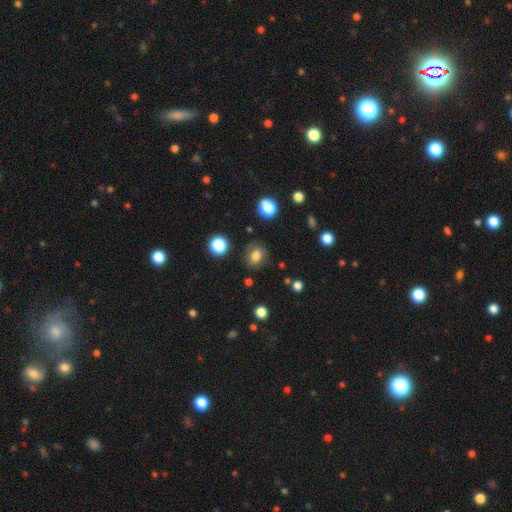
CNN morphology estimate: Overall: smooth (79%). How rounded: in between (55%; round 44%). Merging: none (80%).